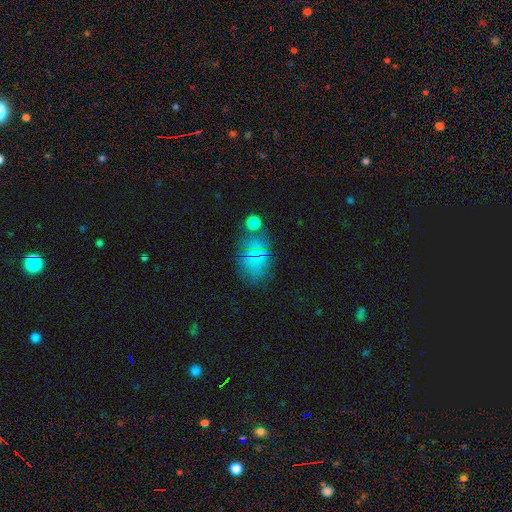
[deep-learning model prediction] smooth_or_featured: smooth (p=0.62) [alt: star or artifact p=0.23]
how_rounded: in between (p=0.70) [alt: round p=0.29]
merging: none (p=0.63) [alt: minor disturbance p=0.20]